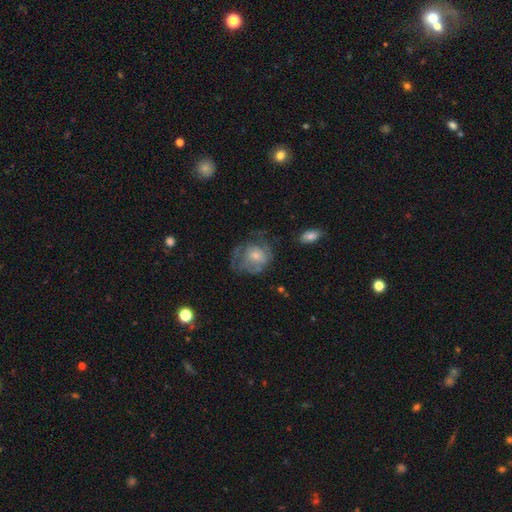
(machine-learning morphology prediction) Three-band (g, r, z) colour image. It shows a featured or disk galaxy (53%) with no bar (78%), spiral arms (64%) and a small central bulge (53%). Merging: none (45%).